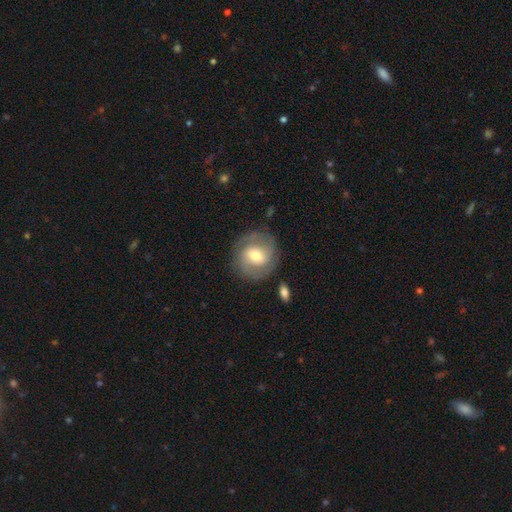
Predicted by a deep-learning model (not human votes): Smooth or featured: featured or disk — 63% (smooth — 31%)
Edge-on disk: no — 97% (yes — 3%)
Bar: weak — 48% (no — 33%)
Spiral arms: yes — 81% (no — 19%)
Bulge size: moderate — 65% (small — 25%)
Merging: none — 81% (minor disturbance — 12%)